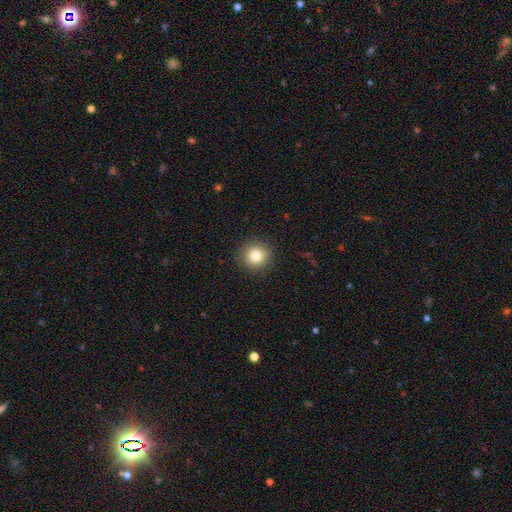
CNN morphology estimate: smooth_or_featured: smooth (p=0.82) [alt: star or artifact p=0.11]
how_rounded: round (p=0.93) [alt: in between p=0.06]
merging: none (p=0.91) [alt: minor disturbance p=0.06]